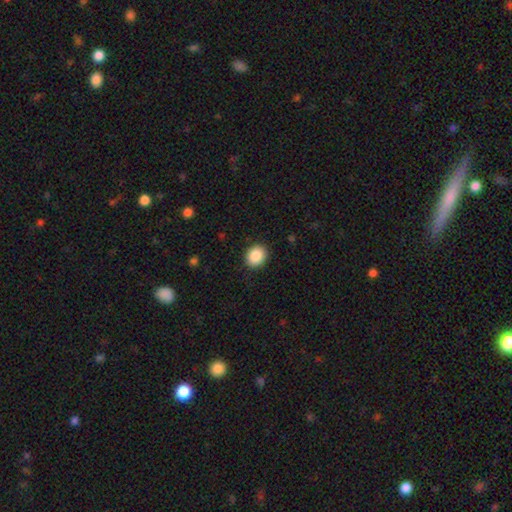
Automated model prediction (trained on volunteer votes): smooth-or-featured: smooth: 88% | star or artifact: 8% | featured or disk: 4%
  how-rounded: round: 68% | in between: 31% | cigar-shaped: 1%
  merging: none: 90% | minor disturbance: 7% | major disturbance: 2% | merger: 1%